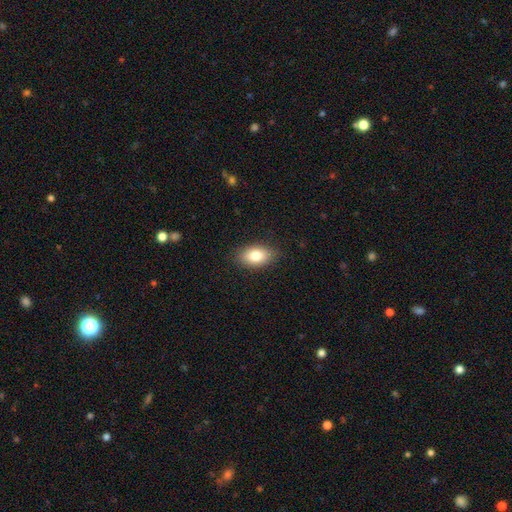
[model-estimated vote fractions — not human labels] Q: Smooth or featured?
A: smooth (82%); runner-up: featured or disk (10%)
Q: How rounded?
A: in between (90%); runner-up: round (8%)
Q: Merging?
A: none (86%); runner-up: minor disturbance (10%)